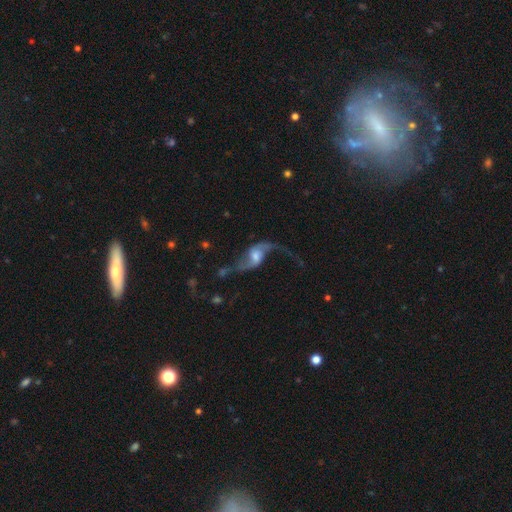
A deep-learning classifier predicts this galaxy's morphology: This appears to be a featured or disk galaxy (86%) with a weak bar (46%), 2 (91%) loose (91%) spiral arms (94%) and a moderate central bulge (48%). Merging: none (52%).